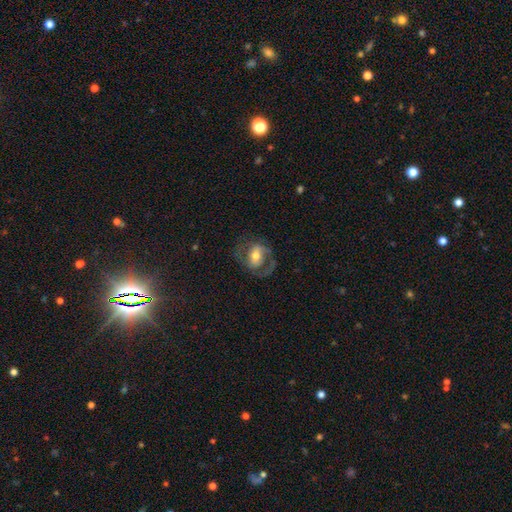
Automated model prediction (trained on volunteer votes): This is likely a featured or disk galaxy (68%). It is clearly not viewed edge-on (96%). Bar: marginally weak (39%). Spiral arm pattern: likely yes (78%). Spiral arm count: likely 2 (78%). Spiral winding: possibly medium (51%). Central bulge: likely moderate (66%). Merging: likely none (62%).